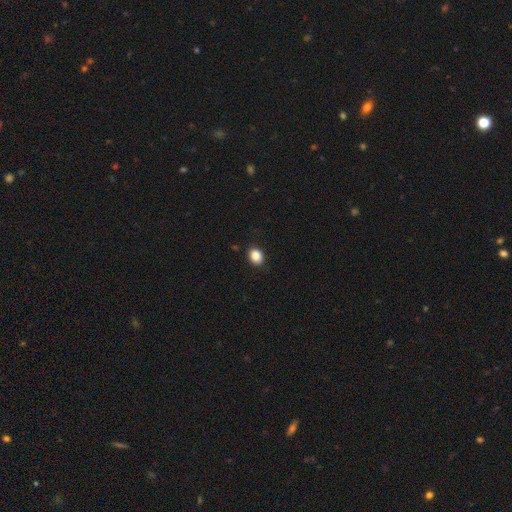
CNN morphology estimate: A smooth galaxy with no disk features (87%) that is in between round and cigar-shaped (50%).

Vote fractions:
- Smooth or featured? smooth: 87% / star or artifact: 9% / featured or disk: 3%
- How rounded? in between: 50% / round: 49% / cigar-shaped: 1%
- Merging? none: 89% / minor disturbance: 8% / major disturbance: 2% / merger: 1%